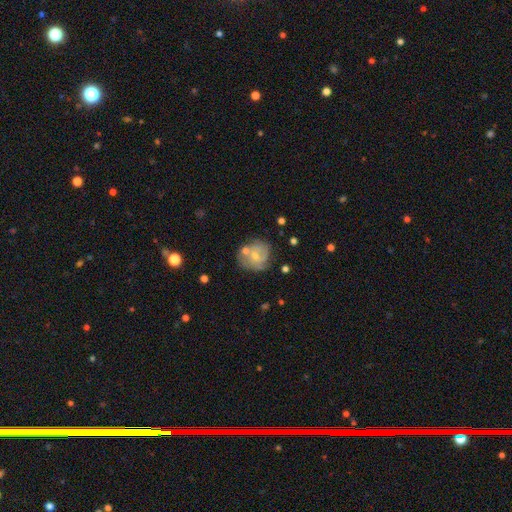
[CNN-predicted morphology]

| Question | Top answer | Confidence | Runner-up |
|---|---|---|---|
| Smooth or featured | featured or disk | 53% | smooth (39%) |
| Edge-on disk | no | 97% | yes (3%) |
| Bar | no | 60% | weak (34%) |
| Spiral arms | yes | 59% | no (41%) |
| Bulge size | small | 56% | moderate (37%) |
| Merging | none | 53% | minor disturbance (22%) |